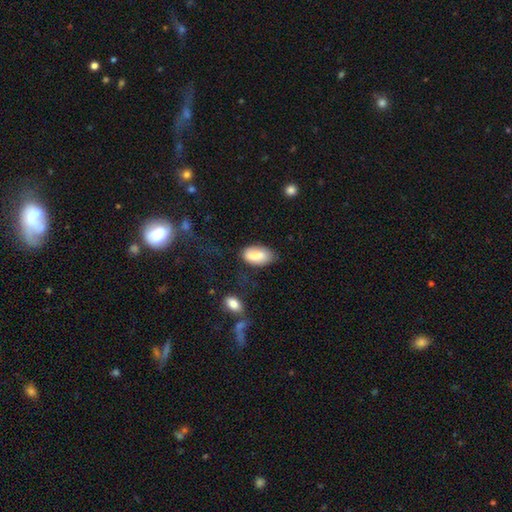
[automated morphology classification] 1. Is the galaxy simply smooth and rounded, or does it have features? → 78% smooth, 16% featured or disk, 7% star or artifact.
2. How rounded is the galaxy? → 94% in between, 4% round, 3% cigar-shaped.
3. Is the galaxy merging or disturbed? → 65% none, 24% minor disturbance, 7% major disturbance, 4% merger.